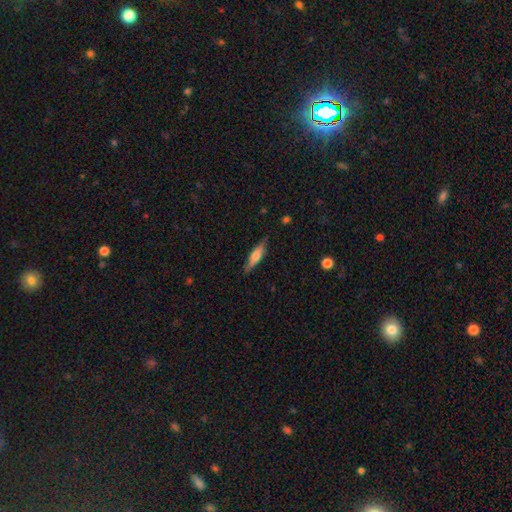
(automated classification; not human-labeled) This is possibly a featured or disk galaxy (55%). It is clearly viewed edge-on (94%). Edge-on bulge: clearly rounded (80%). Merging: clearly none (85%).